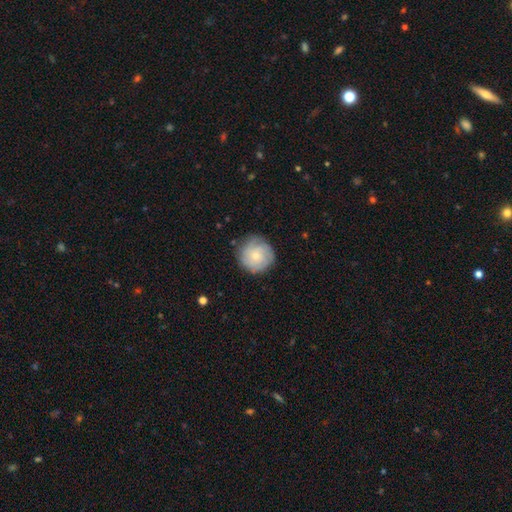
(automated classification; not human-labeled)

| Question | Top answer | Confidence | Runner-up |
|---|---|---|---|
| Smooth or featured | smooth | 49% | featured or disk (44%) |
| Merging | none | 79% | minor disturbance (16%) |